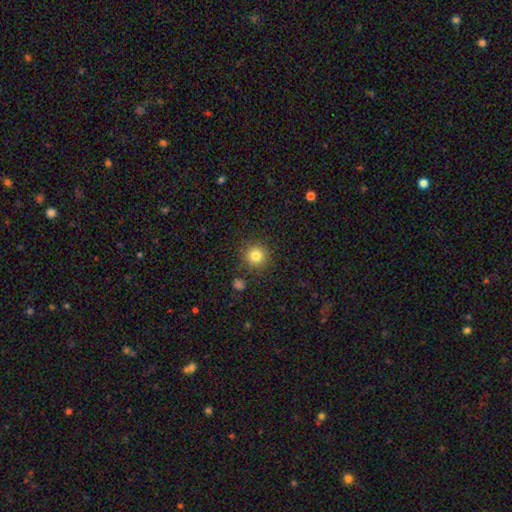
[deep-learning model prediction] Smooth or featured? Predicted: smooth (p=0.82). How rounded? Predicted: round (p=0.94). Merging? Predicted: none (p=0.88).